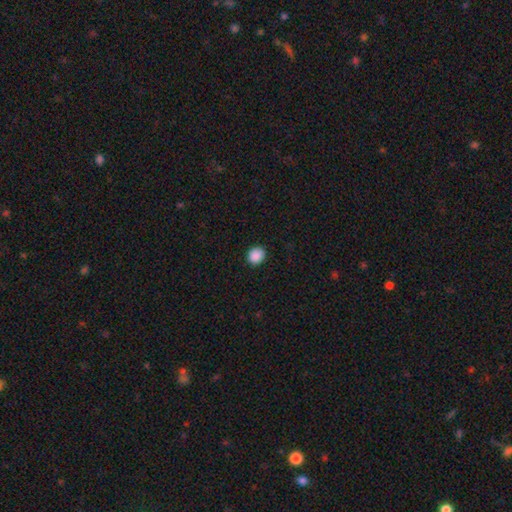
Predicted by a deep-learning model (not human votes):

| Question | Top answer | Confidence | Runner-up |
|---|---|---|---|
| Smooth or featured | smooth | 89% | star or artifact (9%) |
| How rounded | round | 78% | in between (21%) |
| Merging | none | 90% | minor disturbance (7%) |